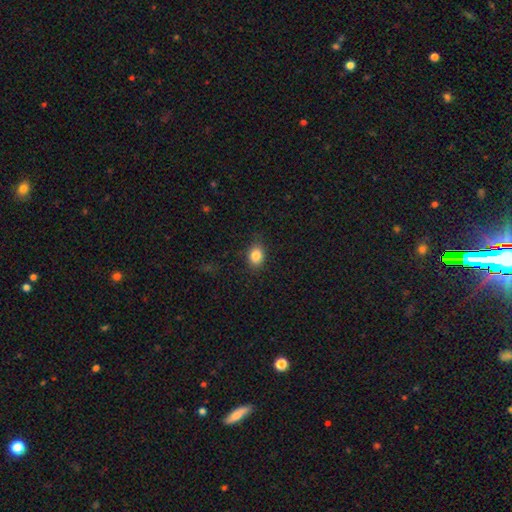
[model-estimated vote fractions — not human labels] This appears to be a smooth galaxy with no disk features (85%) that is in between round and cigar-shaped (64%). Merging: none (84%).